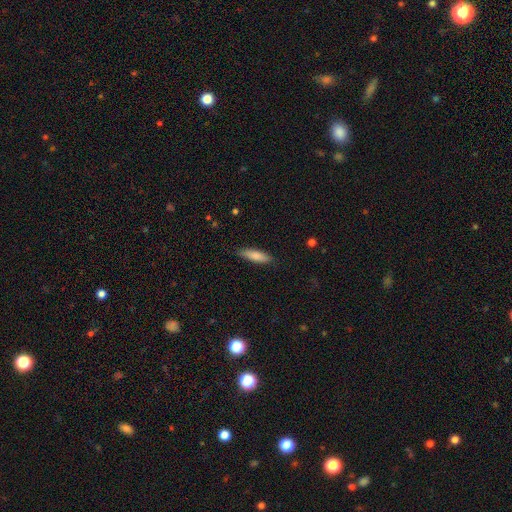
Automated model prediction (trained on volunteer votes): Overall: smooth (83%). How rounded: cigar-shaped (62%; in between 37%). Merging: none (86%).